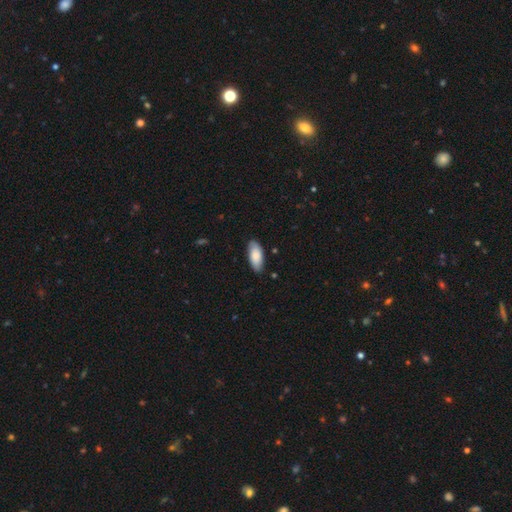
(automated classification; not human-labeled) Smooth or featured? Predicted: smooth (p=0.82). How rounded? Predicted: in between (p=0.87). Merging? Predicted: none (p=0.80).